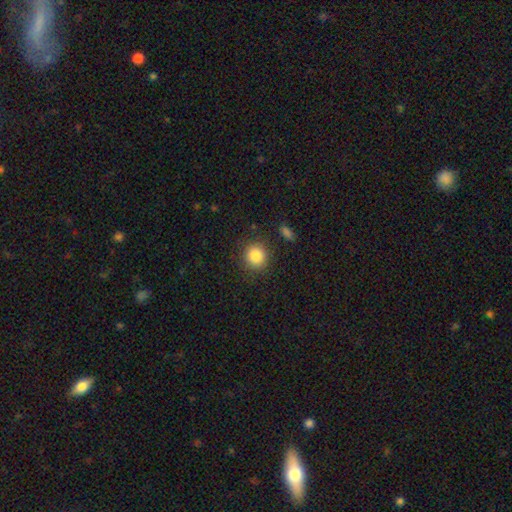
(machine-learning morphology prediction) A smooth galaxy with no disk features (85%) that is round (86%).

Vote fractions:
- Smooth or featured? smooth: 85% / star or artifact: 9% / featured or disk: 5%
- How rounded? round: 86% / in between: 13% / cigar-shaped: 1%
- Merging? none: 86% / minor disturbance: 9% / major disturbance: 3% / merger: 2%